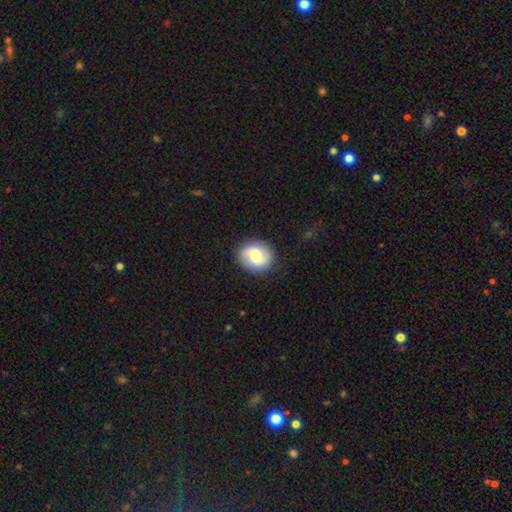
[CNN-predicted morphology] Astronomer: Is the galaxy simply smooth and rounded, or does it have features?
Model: smooth — 53% (runner-up: featured or disk, 39%).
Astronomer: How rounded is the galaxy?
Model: round — 71%.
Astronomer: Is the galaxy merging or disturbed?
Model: none — 86%.